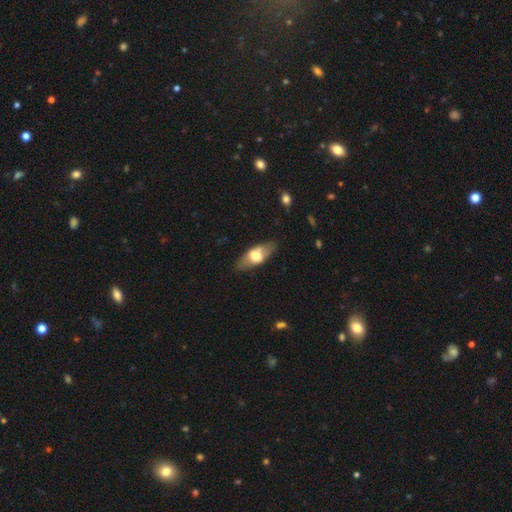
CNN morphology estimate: A smooth galaxy with no disk features (53%) that is in between round and cigar-shaped (78%). Merging: none (80%).